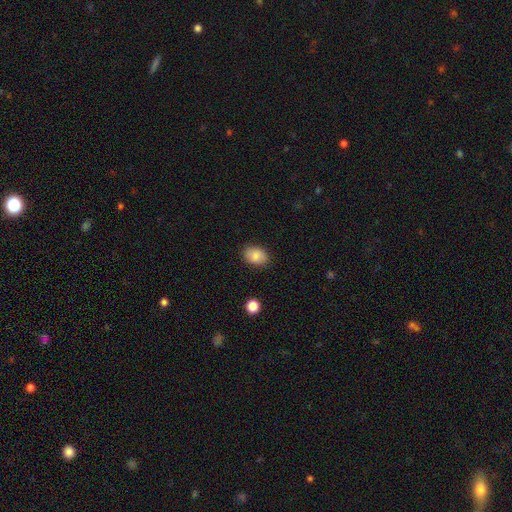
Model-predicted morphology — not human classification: Smooth or featured: smooth — 85% (star or artifact — 8%)
How rounded: in between — 75% (round — 24%)
Merging: none — 86% (minor disturbance — 11%)